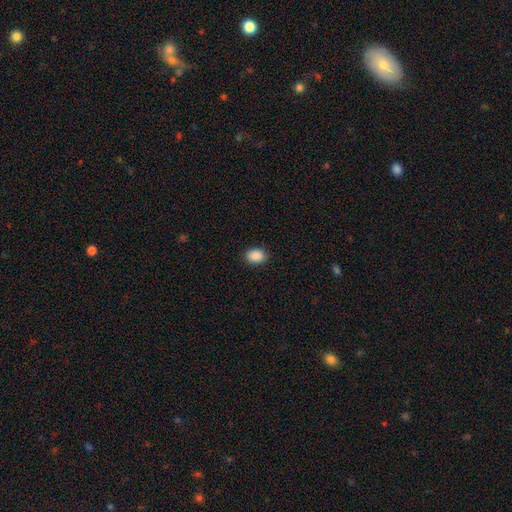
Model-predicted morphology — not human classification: A smooth galaxy with no disk features (89%) that is in between round and cigar-shaped (72%).

Vote fractions:
- Smooth or featured? smooth: 89% / star or artifact: 8% / featured or disk: 3%
- How rounded? in between: 72% / round: 27% / cigar-shaped: 1%
- Merging? none: 90% / minor disturbance: 7% / major disturbance: 2% / merger: 1%